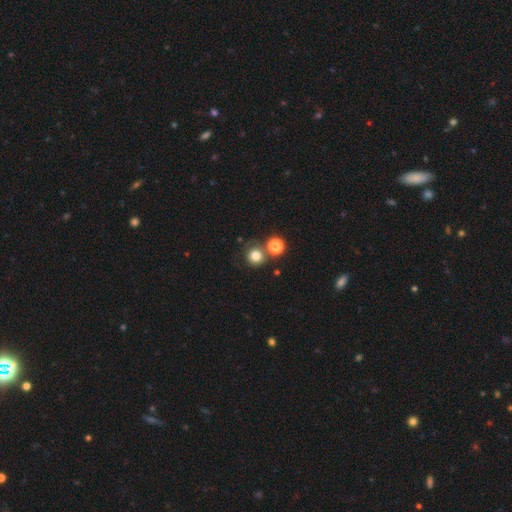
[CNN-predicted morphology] Smooth or featured? Predicted: smooth (p=0.80). How rounded? Predicted: round (p=0.91). Merging? Predicted: none (p=0.67).